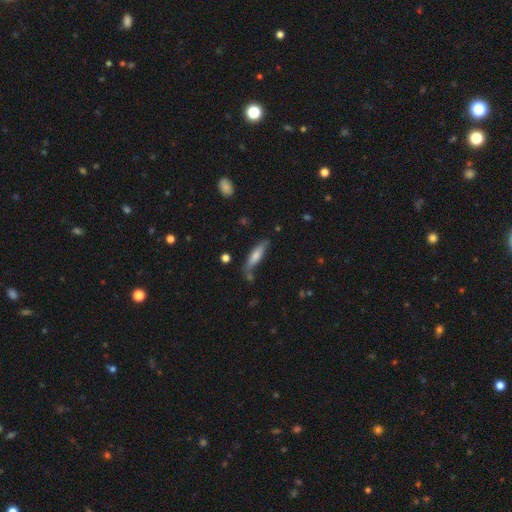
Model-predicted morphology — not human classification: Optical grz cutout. It shows a smooth galaxy with no disk features (65%) that is cigar-shaped (72%). Merging: none (62%).